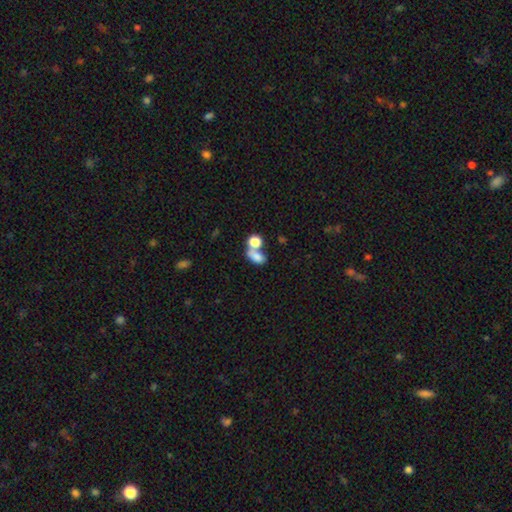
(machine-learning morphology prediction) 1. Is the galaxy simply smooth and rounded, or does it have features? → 77% smooth, 12% featured or disk, 10% star or artifact.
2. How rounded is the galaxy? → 78% in between, 19% round, 3% cigar-shaped.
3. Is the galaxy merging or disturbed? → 56% merger, 28% none, 9% minor disturbance, 7% major disturbance.